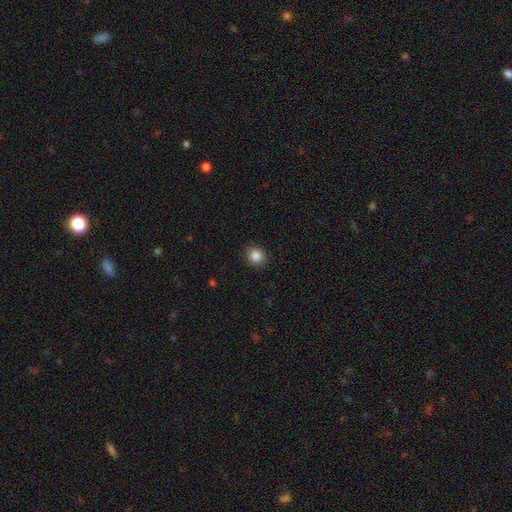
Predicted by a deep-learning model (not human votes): A smooth galaxy with no disk features (86%) that is round (77%). Merging: none (90%).